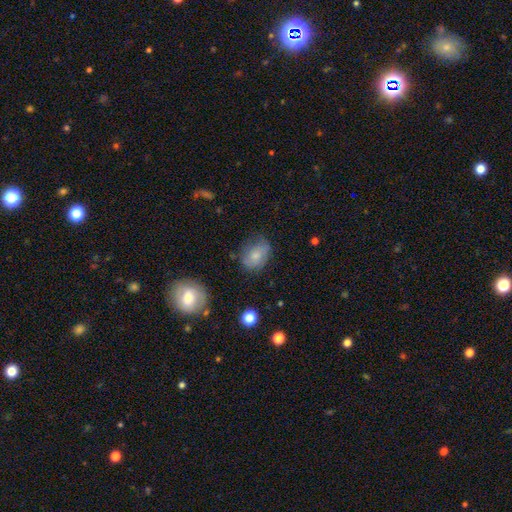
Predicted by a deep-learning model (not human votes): Q: Smooth or featured?
A: smooth (68%); runner-up: featured or disk (23%)
Q: How rounded?
A: in between (72%); runner-up: round (26%)
Q: Merging?
A: none (55%); runner-up: minor disturbance (29%)